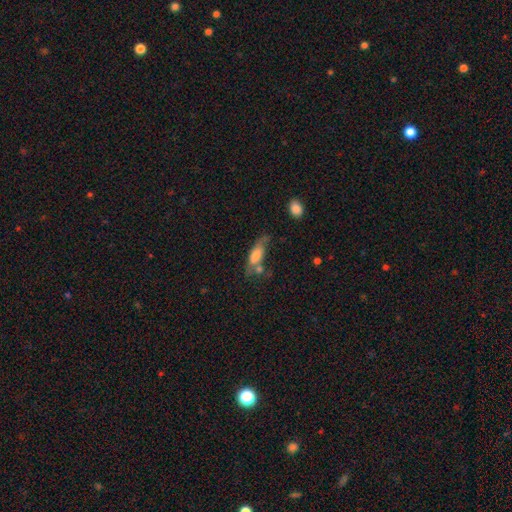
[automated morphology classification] The model was most divided on "merging": none: 41%, minor disturbance: 27%, major disturbance: 16%, merger: 16%. More confident: how rounded — in between (65%); smooth or featured — smooth (64%).